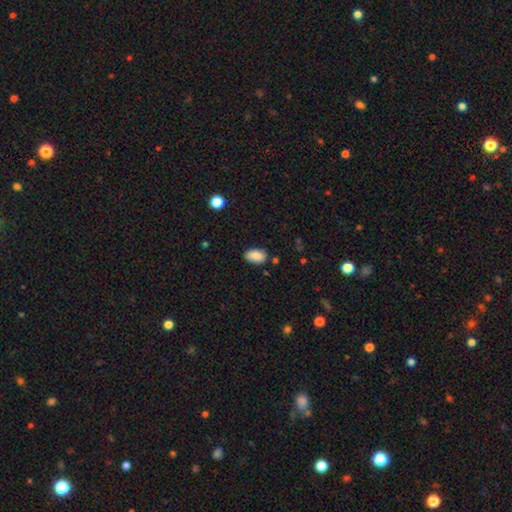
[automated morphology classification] Q: Smooth or featured?
A: smooth (88%); runner-up: star or artifact (7%)
Q: How rounded?
A: in between (92%); runner-up: round (7%)
Q: Merging?
A: none (82%); runner-up: minor disturbance (13%)